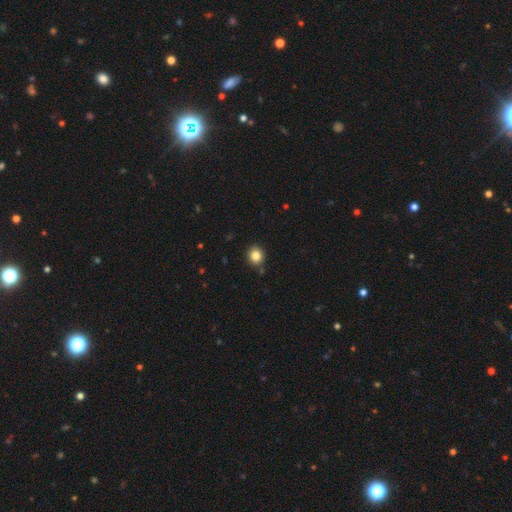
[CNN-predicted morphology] Smooth or featured? Predicted: smooth (p=0.84). How rounded? Predicted: round (p=0.84). Merging? Predicted: none (p=0.88).